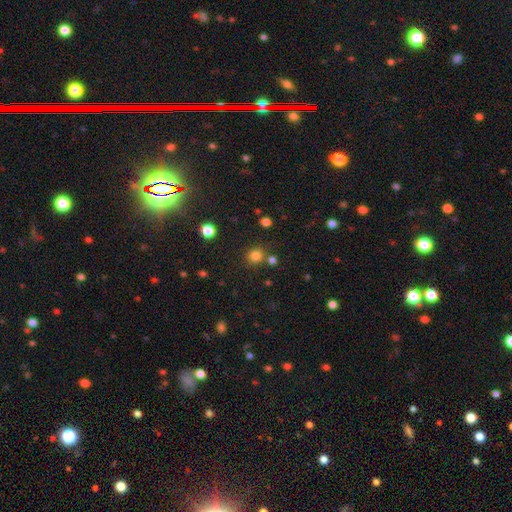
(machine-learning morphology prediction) type=smooth (79%); roundness=round (88%); merging=none (77%).